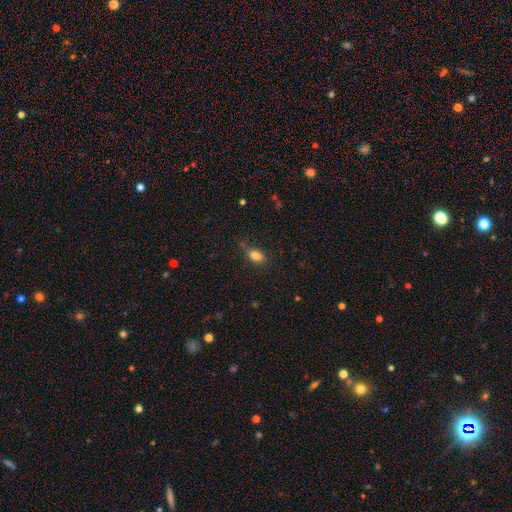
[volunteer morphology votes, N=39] A smooth galaxy with no disk features (90%) that is in between round and cigar-shaped (94%).

Vote fractions:
- Smooth or featured? smooth: 90% / featured or disk: 8% / star or artifact: 3%
- How rounded? in between: 94% / round: 6% / cigar-shaped: 0%
- Merging? none: 71% / minor disturbance: 16% / major disturbance: 8% / merger: 5%